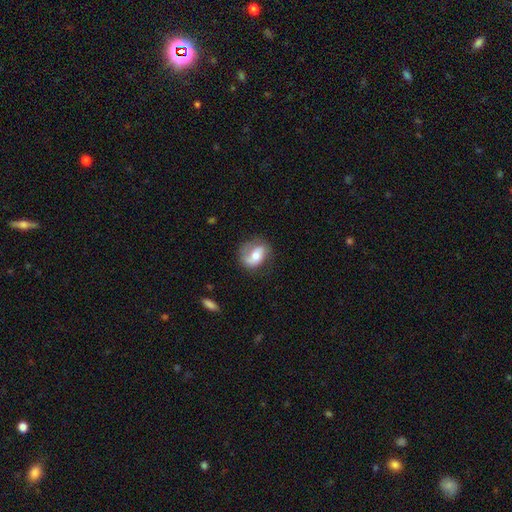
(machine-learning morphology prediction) Overall: featured or disk (47%; smooth 45%). Merging: none (59%; minor disturbance 25%).